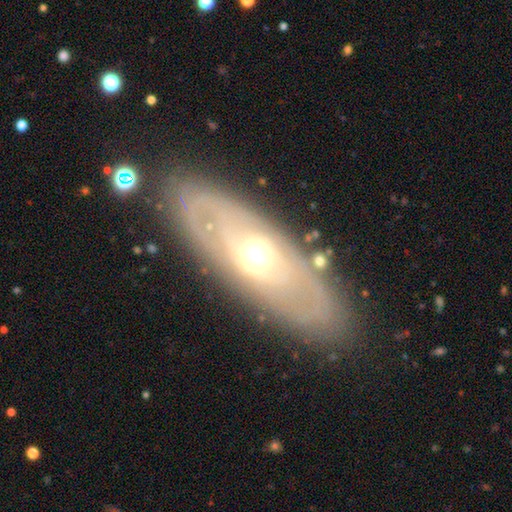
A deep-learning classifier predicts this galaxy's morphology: This appears to be a featured or disk galaxy (75%) with no bar (74%), spiral arms (54%) and a moderate central bulge (69%). Merging: none (81%).